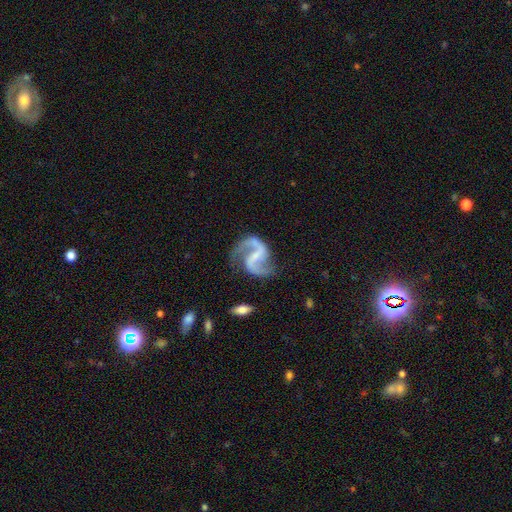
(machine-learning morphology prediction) Smooth or featured: featured or disk — 92% (star or artifact — 5%)
Edge-on disk: no — 98% (yes — 2%)
Bar: weak — 42% (strong — 39%)
Spiral arms: yes — 97% (no — 3%)
Spiral winding: medium — 47% (loose — 46%)
Spiral arm count: 2 — 93% (1 — 2%)
Bulge size: small — 45% (none — 39%)
Merging: none — 73% (minor disturbance — 15%)